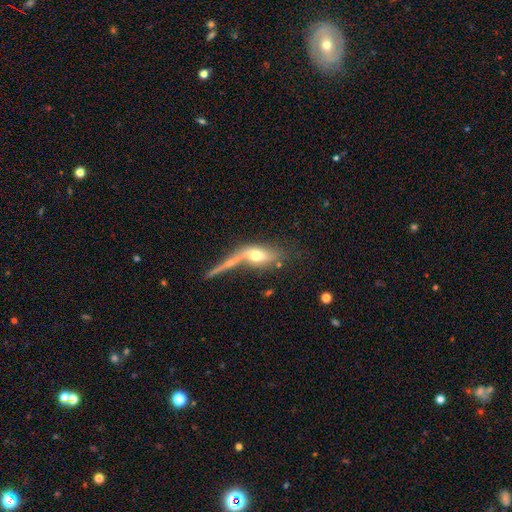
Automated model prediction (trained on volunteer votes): Smooth or featured?
  - smooth: 54% *
  - featured or disk: 37%
  - star or artifact: 9%
How rounded?
  - in between: 67% *
  - cigar-shaped: 25%
  - round: 8%
Merging?
  - merger: 43% *
  - none: 34%
  - minor disturbance: 12%
  - major disturbance: 10%